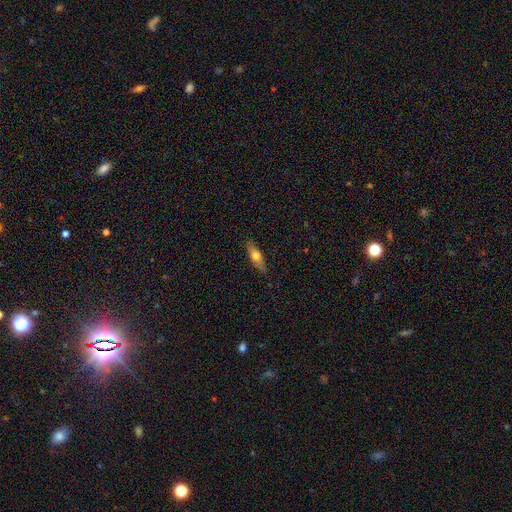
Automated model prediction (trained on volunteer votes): The model was most divided on "how rounded": cigar-shaped: 50%, in between: 47%, round: 3%. More confident: merging — none (84%); smooth or featured — smooth (60%).